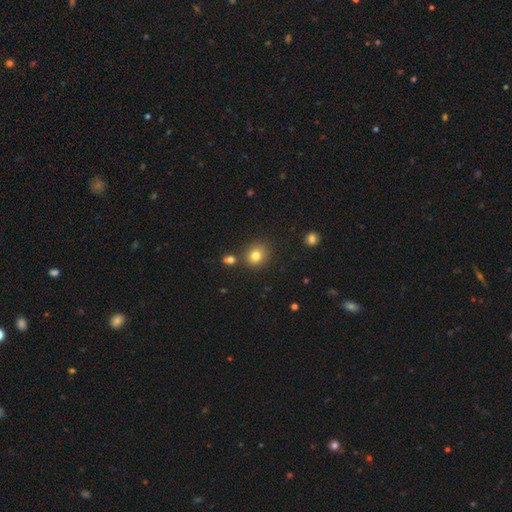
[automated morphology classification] A smooth galaxy with no disk features (79%) that is round (78%). Merging: none (80%).